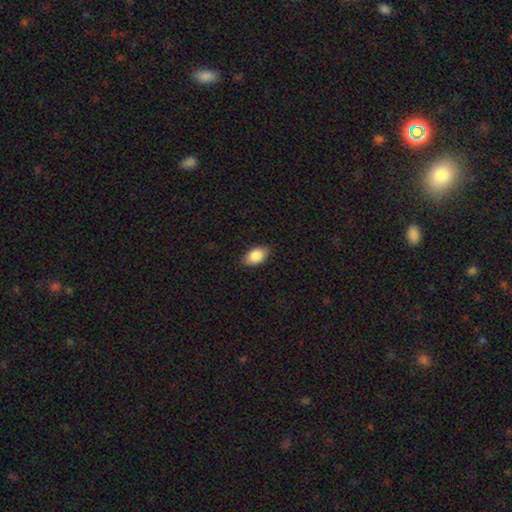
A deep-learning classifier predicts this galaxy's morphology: type=smooth (86%); roundness=in between (90%); merging=none (84%).